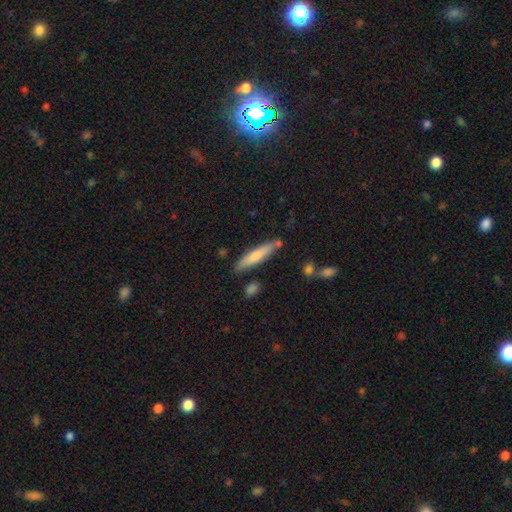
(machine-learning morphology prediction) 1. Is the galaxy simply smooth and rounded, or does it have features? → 69% smooth, 26% featured or disk, 6% star or artifact.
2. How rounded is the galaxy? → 85% cigar-shaped, 13% in between, 1% round.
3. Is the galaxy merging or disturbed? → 79% none, 13% minor disturbance, 5% merger, 3% major disturbance.